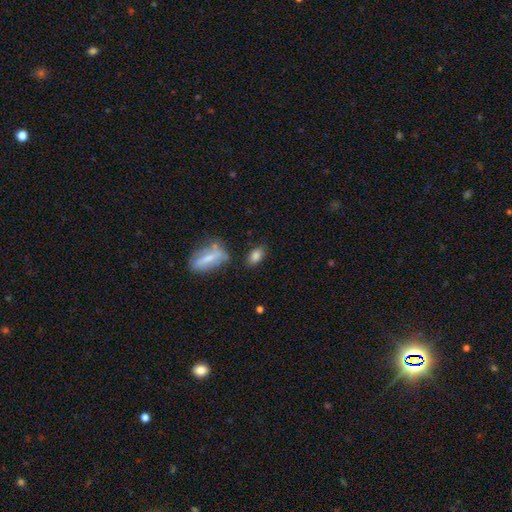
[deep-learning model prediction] A smooth galaxy with no disk features (81%) that is in between round and cigar-shaped (87%).

Vote fractions:
- Smooth or featured? smooth: 81% / featured or disk: 10% / star or artifact: 9%
- How rounded? in between: 87% / cigar-shaped: 6% / round: 6%
- Merging? none: 74% / minor disturbance: 16% / merger: 5% / major disturbance: 5%